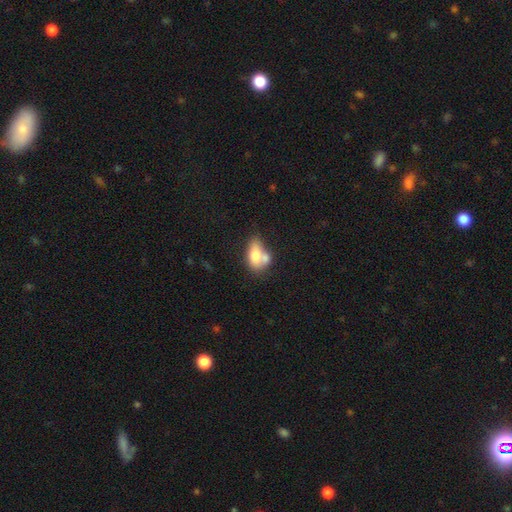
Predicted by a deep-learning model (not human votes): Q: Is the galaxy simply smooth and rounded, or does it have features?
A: smooth — 69%.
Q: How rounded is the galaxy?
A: in between — 83%.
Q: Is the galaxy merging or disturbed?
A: merger — 50%.